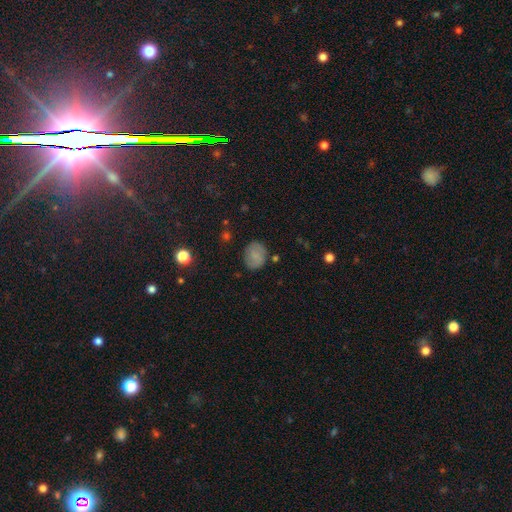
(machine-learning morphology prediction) smooth 74%, featured or disk 16%, star or artifact 10%. Down the decision tree: how rounded — round (55%); merging — none (79%).